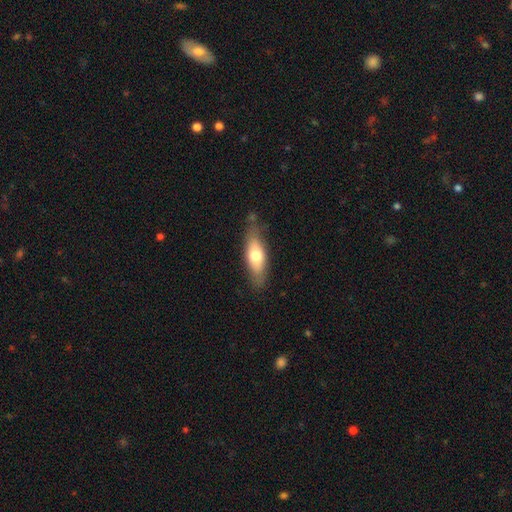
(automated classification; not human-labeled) A smooth galaxy with no disk features (64%) that is in between round and cigar-shaped (61%).

Vote fractions:
- Smooth or featured? smooth: 64% / featured or disk: 30% / star or artifact: 6%
- How rounded? in between: 61% / cigar-shaped: 36% / round: 3%
- Merging? none: 76% / minor disturbance: 17% / major disturbance: 4% / merger: 2%